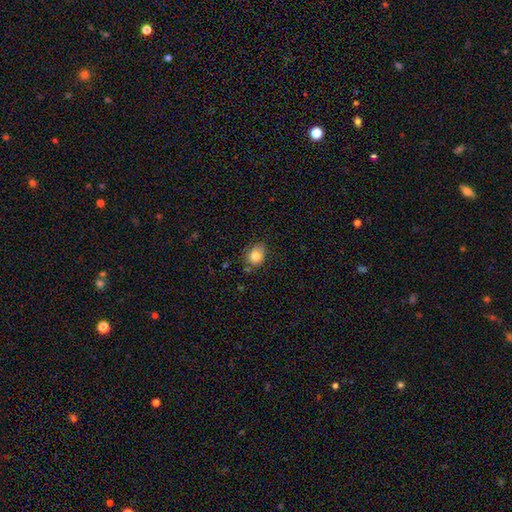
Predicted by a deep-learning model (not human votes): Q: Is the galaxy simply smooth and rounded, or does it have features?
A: smooth — 82%.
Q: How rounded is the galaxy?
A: in between — 53%.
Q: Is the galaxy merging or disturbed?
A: none — 68%.